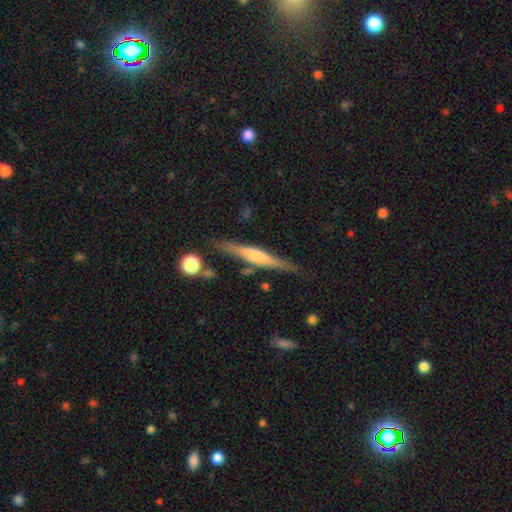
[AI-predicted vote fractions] A featured or disk galaxy (57%) viewed edge-on (96%) with a rounded central bulge (56%). Merging: none (82%).